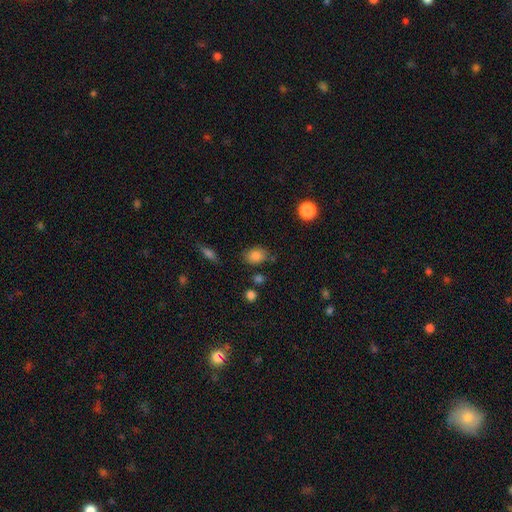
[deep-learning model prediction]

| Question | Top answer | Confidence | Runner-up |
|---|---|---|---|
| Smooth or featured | smooth | 84% | star or artifact (10%) |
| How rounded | in between | 70% | round (28%) |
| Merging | none | 75% | minor disturbance (16%) |